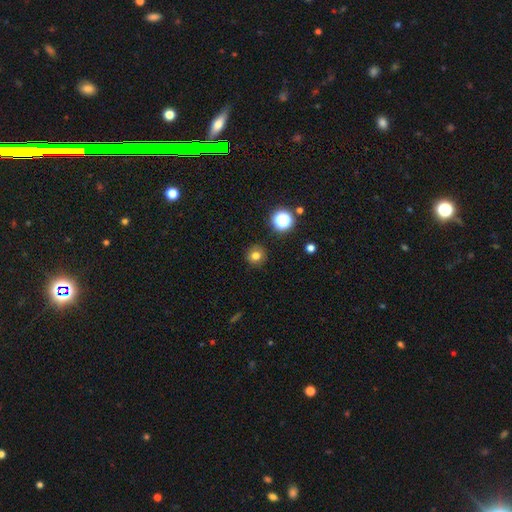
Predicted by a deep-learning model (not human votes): smooth_or_featured: smooth (p=0.76) [alt: star or artifact p=0.16]
how_rounded: round (p=0.91) [alt: in between p=0.08]
merging: none (p=0.89) [alt: minor disturbance p=0.07]